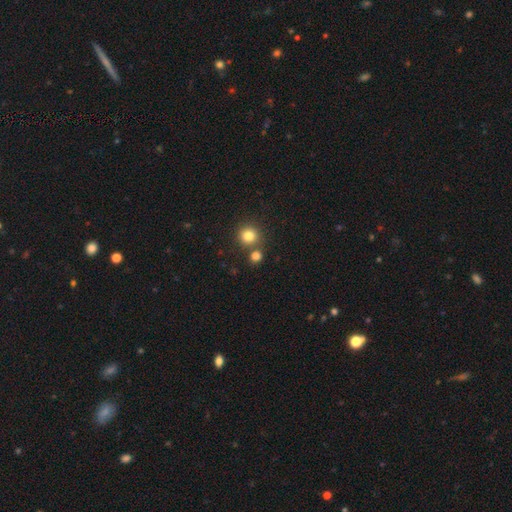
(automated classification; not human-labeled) The model was most divided on "merging": none: 70%, merger: 19%, minor disturbance: 7%, major disturbance: 3%. More confident: how rounded — round (87%); smooth or featured — smooth (80%).